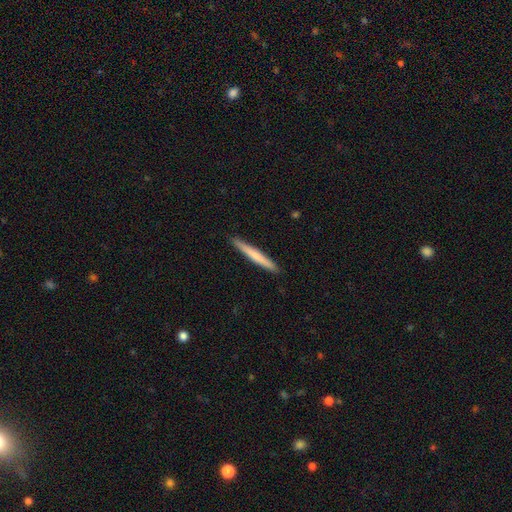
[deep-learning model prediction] smooth-or-featured: smooth: 67% | featured or disk: 28% | star or artifact: 5%
  how-rounded: cigar-shaped: 97% | in between: 2% | round: 1%
  merging: none: 92% | minor disturbance: 6% | major disturbance: 1% | merger: 1%